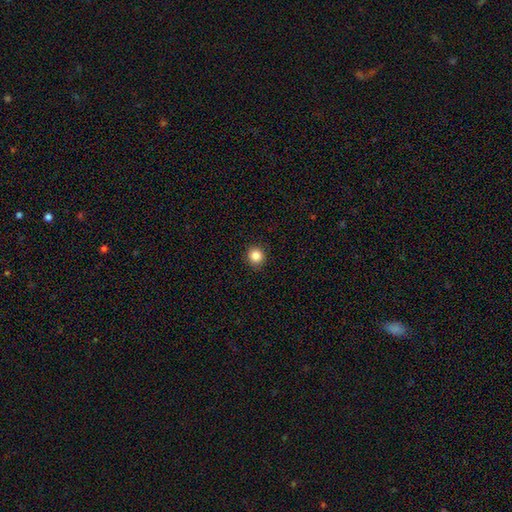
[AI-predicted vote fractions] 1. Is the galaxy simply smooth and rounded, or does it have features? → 86% smooth, 10% star or artifact, 4% featured or disk.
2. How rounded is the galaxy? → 93% round, 6% in between, 1% cigar-shaped.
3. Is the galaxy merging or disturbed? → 92% none, 5% minor disturbance, 2% major disturbance, 1% merger.